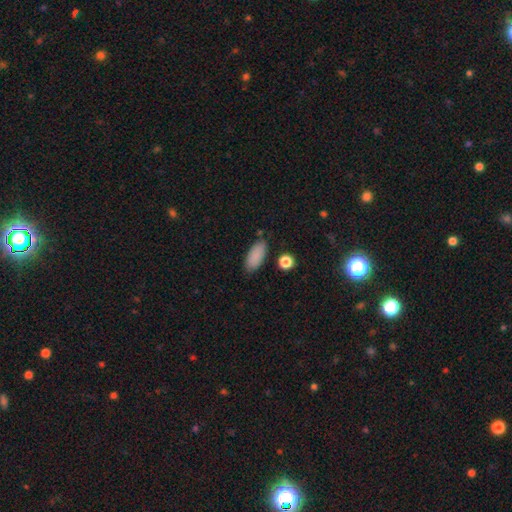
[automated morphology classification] Smooth or featured? Predicted: smooth (p=0.88). How rounded? Predicted: in between (p=0.84). Merging? Predicted: none (p=0.81).